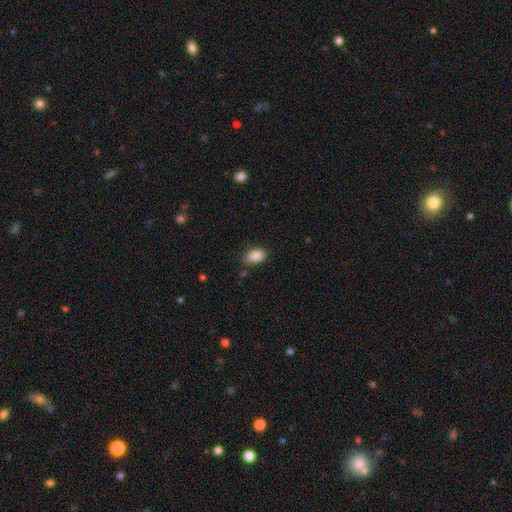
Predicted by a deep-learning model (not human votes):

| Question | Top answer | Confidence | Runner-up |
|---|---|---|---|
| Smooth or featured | smooth | 88% | star or artifact (8%) |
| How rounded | in between | 91% | round (7%) |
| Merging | none | 82% | minor disturbance (13%) |